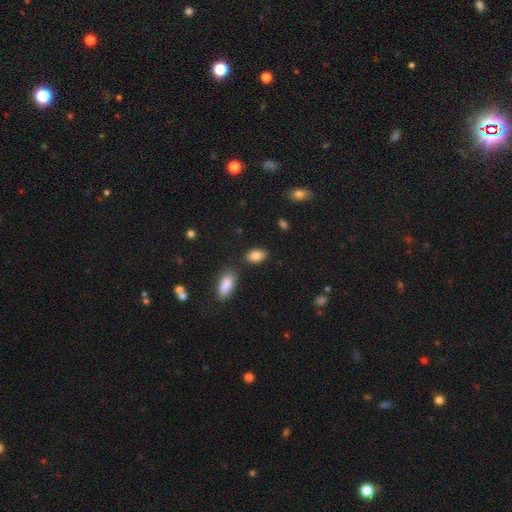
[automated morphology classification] This is clearly a smooth galaxy (87%). How rounded: clearly in between (91%). Merging: likely none (78%).